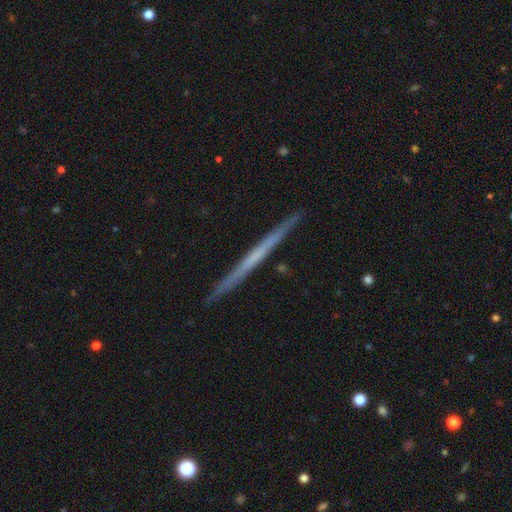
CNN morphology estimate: Smooth or featured? Predicted: featured or disk (p=0.59). Edge-on disk? Predicted: yes (p=0.98). Edge-on bulge? Predicted: none (p=0.91). Merging? Predicted: none (p=0.92).